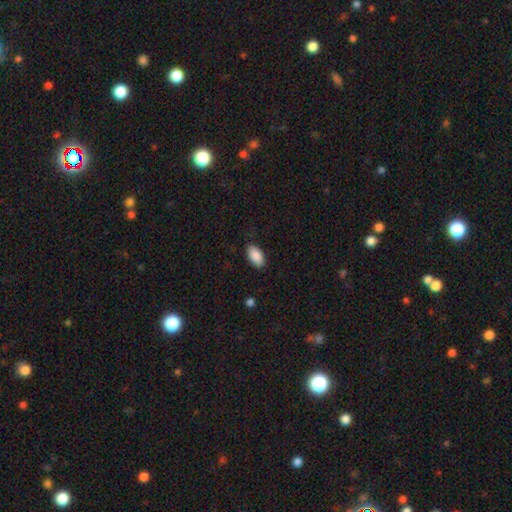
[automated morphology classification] A smooth galaxy with no disk features (89%) that is in between round and cigar-shaped (94%). Merging: none (85%).